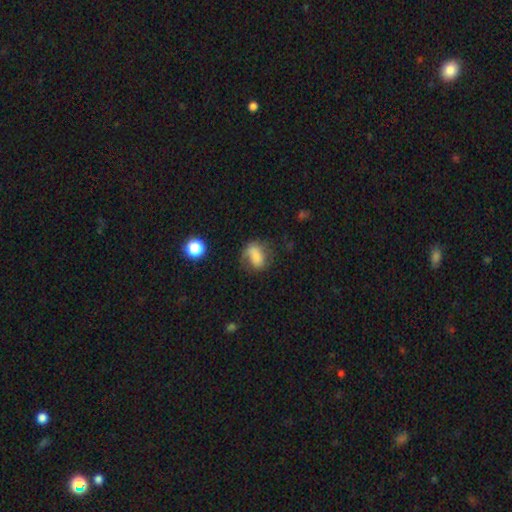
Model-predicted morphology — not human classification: Smooth or featured? Predicted: smooth (p=0.60). How rounded? Predicted: in between (p=0.67). Merging? Predicted: none (p=0.46).